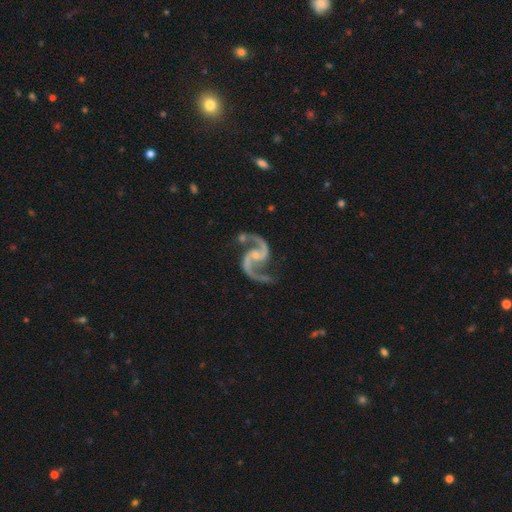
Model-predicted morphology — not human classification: This is clearly a featured or disk galaxy (94%). It is clearly not viewed edge-on (98%). Bar: possibly no (49%). Spiral arm pattern: clearly yes (99%). Spiral arm count: clearly 2 (95%). Spiral winding: possibly medium (54%). Central bulge: likely small (66%). Merging: likely none (71%).